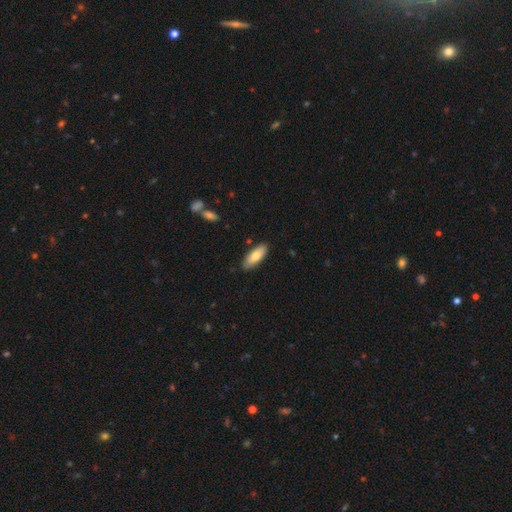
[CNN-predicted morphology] A smooth galaxy with no disk features (76%) that is in between round and cigar-shaped (74%).

Vote fractions:
- Smooth or featured? smooth: 76% / featured or disk: 18% / star or artifact: 6%
- How rounded? in between: 74% / cigar-shaped: 25% / round: 2%
- Merging? none: 85% / minor disturbance: 11% / major disturbance: 2% / merger: 2%